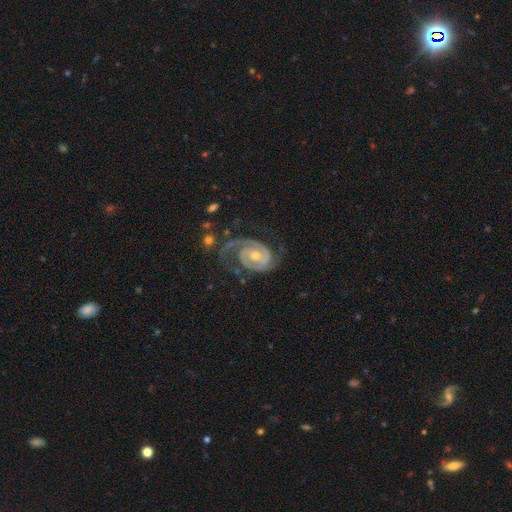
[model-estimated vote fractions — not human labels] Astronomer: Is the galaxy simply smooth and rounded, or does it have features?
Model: featured or disk — 92%.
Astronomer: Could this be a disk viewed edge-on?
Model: no — 98%.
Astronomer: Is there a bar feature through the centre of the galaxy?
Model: no — 59%.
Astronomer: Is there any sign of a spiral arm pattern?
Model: yes — 98%.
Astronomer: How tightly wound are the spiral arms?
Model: tight — 61%.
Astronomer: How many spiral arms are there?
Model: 2 — 85%.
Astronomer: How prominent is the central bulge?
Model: moderate — 62%.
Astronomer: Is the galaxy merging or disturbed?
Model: none — 65%.